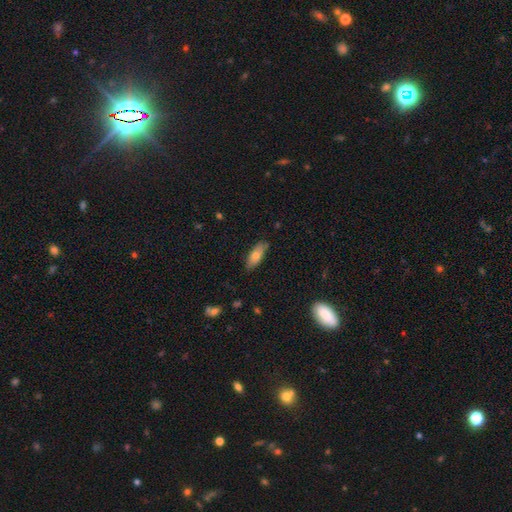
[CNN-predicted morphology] smooth_or_featured: smooth (p=0.69) [alt: featured or disk p=0.24]
how_rounded: in between (p=0.70) [alt: cigar-shaped p=0.27]
merging: none (p=0.81) [alt: minor disturbance p=0.15]